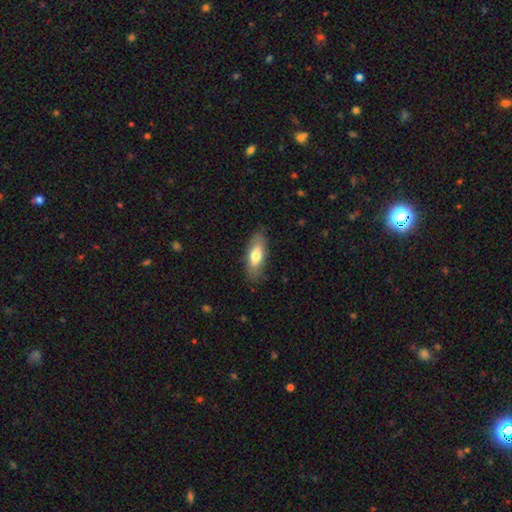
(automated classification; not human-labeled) smooth_or_featured: smooth (p=0.72) [alt: featured or disk p=0.22]
how_rounded: in between (p=0.74) [alt: cigar-shaped p=0.23]
merging: none (p=0.82) [alt: minor disturbance p=0.14]